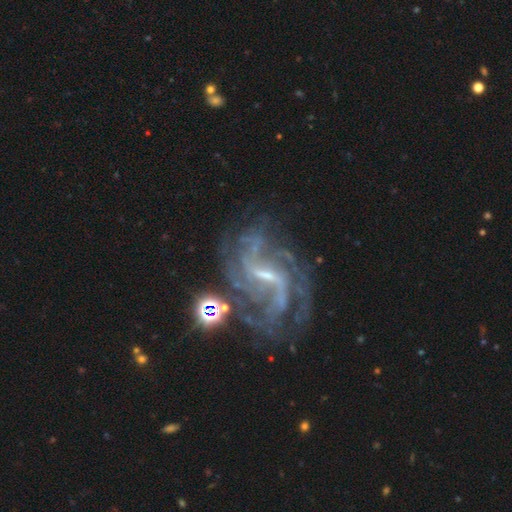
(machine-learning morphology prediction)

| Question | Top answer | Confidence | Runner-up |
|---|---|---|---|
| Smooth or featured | featured or disk | 88% | star or artifact (8%) |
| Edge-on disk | no | 97% | yes (3%) |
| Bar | weak | 49% | strong (35%) |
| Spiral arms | yes | 96% | no (4%) |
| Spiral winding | medium | 46% | loose (31%) |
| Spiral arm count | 2 | 31% | can't tell (20%) |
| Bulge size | small | 70% | moderate (17%) |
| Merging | none | 60% | minor disturbance (17%) |